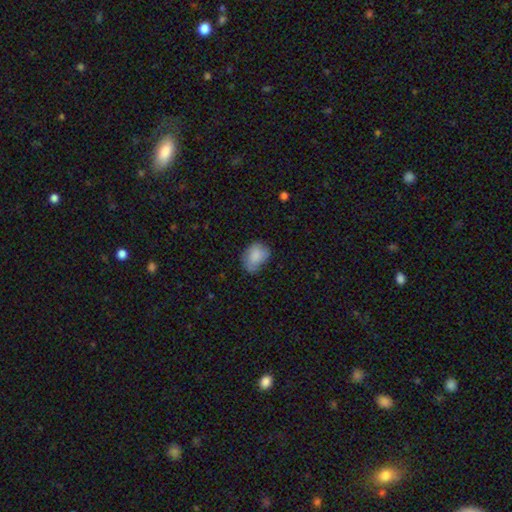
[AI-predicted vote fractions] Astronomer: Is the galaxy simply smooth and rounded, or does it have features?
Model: smooth — 83%.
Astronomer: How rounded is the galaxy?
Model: in between — 74%.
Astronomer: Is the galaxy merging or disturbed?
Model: none — 58%.